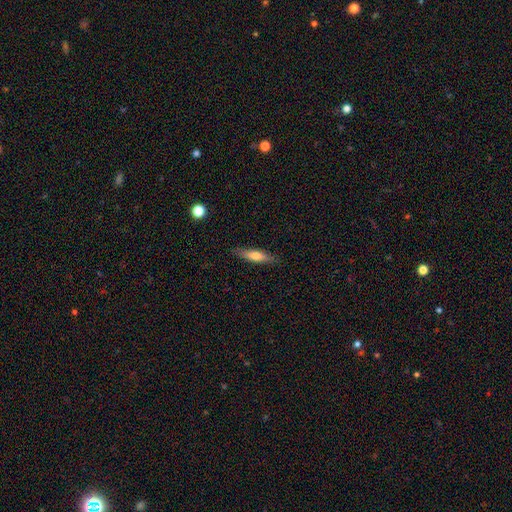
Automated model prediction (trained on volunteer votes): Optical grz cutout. It shows a smooth galaxy with no disk features (61%) that is cigar-shaped (77%). Merging: none (87%).